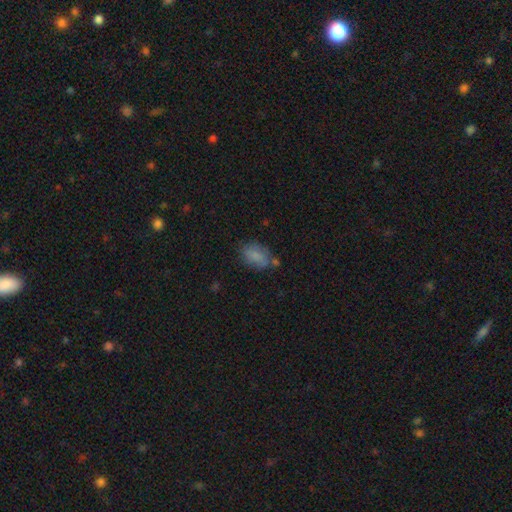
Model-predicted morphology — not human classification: A smooth galaxy with no disk features (81%) that is in between round and cigar-shaped (83%).

Vote fractions:
- Smooth or featured? smooth: 81% / featured or disk: 10% / star or artifact: 9%
- How rounded? in between: 83% / round: 15% / cigar-shaped: 2%
- Merging? none: 60% / minor disturbance: 23% / merger: 10% / major disturbance: 7%